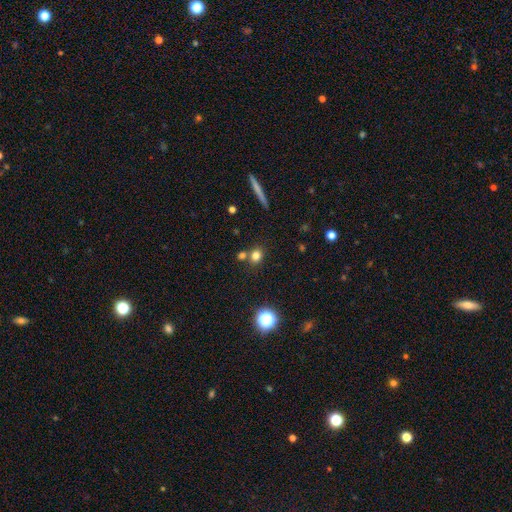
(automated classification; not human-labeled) The model was most divided on "merging": none: 68%, merger: 20%, minor disturbance: 9%, major disturbance: 3%. More confident: smooth or featured — smooth (77%); how rounded — round (76%).